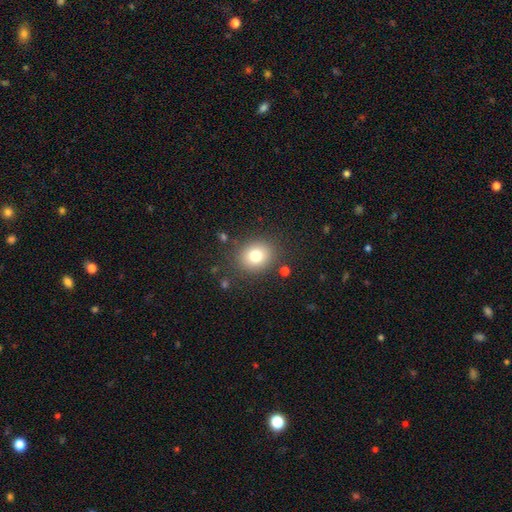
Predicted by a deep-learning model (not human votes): Smooth or featured? smooth (77%)
How rounded? round (69%)
Merging? none (84%)